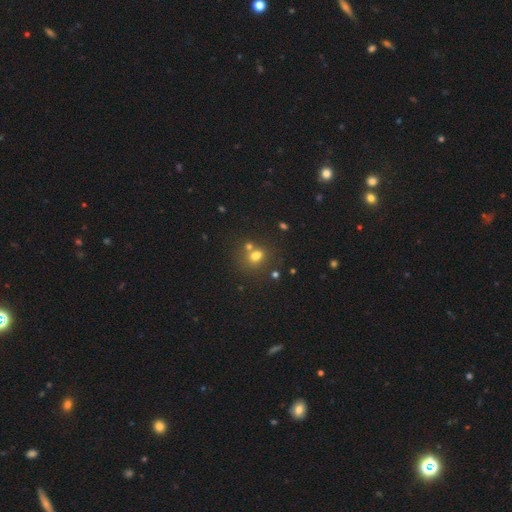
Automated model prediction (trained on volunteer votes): smooth-or-featured: smooth: 68% | star or artifact: 18% | featured or disk: 13%
  how-rounded: round: 52% | in between: 46% | cigar-shaped: 2%
  merging: none: 51% | merger: 32% | minor disturbance: 11% | major disturbance: 5%